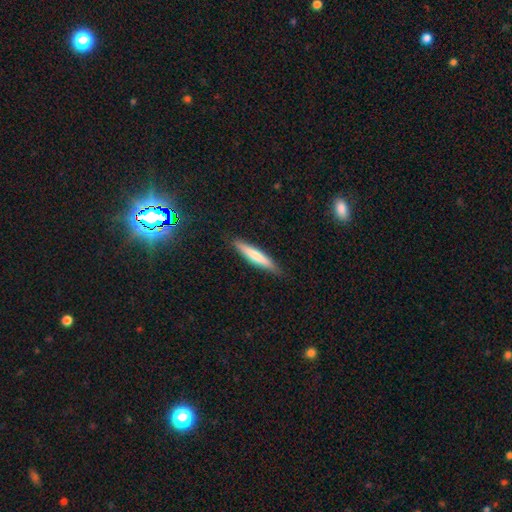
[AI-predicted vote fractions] smooth-or-featured: smooth: 67% | featured or disk: 28% | star or artifact: 5%
  how-rounded: cigar-shaped: 92% | in between: 7% | round: 1%
  merging: none: 87% | minor disturbance: 10% | major disturbance: 2% | merger: 1%